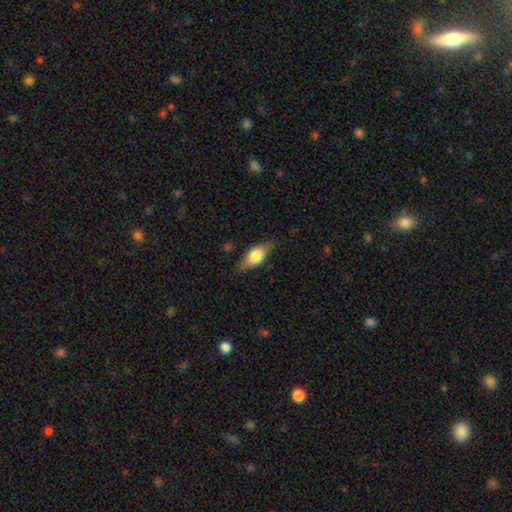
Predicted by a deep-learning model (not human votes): smooth 60%, featured or disk 33%, star or artifact 6%. Down the decision tree: how rounded — in between (76%); merging — none (78%).